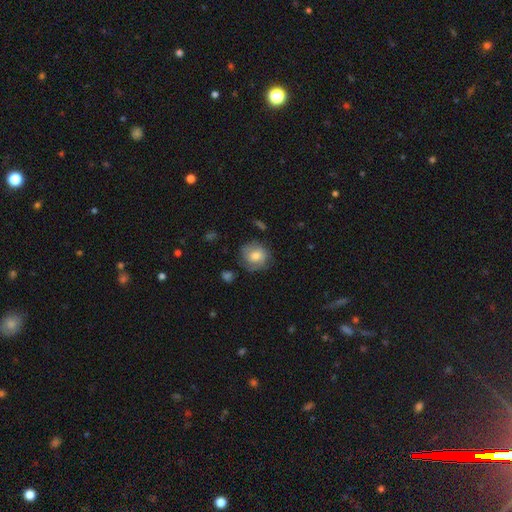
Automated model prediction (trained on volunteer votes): The model was most divided on "smooth or featured": smooth: 62%, featured or disk: 30%, star or artifact: 8%. More confident: how rounded — round (84%); merging — none (70%).